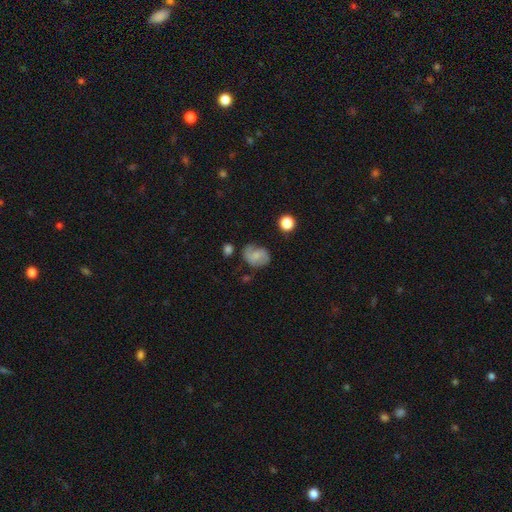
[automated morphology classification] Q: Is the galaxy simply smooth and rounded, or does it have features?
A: featured or disk — 50%.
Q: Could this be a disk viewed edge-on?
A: no — 97%.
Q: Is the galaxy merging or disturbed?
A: none — 60%.